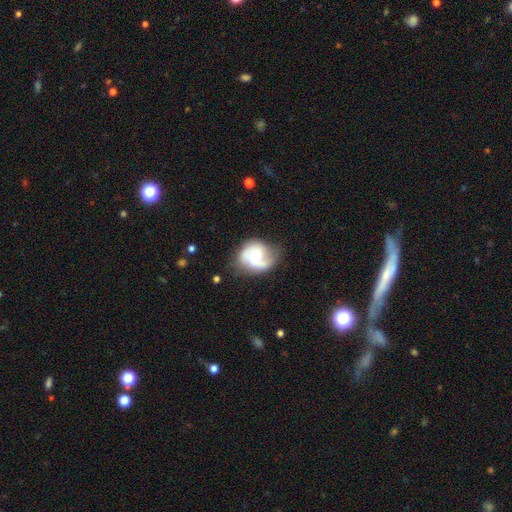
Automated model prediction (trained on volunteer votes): This appears to be a featured or disk galaxy (69%) with no bar (56%), 2 (66%) medium (44%) spiral arms (89%) and a moderate central bulge (65%). Merging: none (58%).